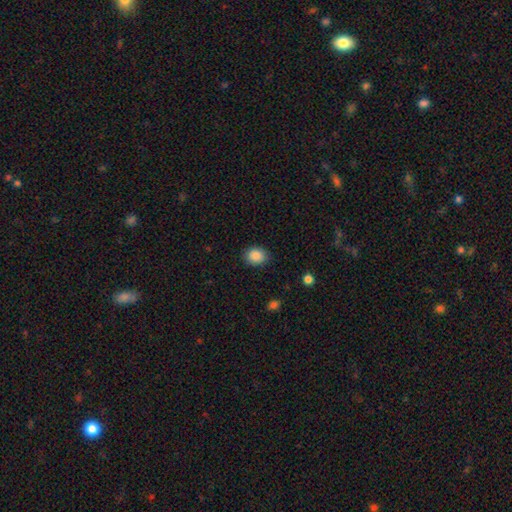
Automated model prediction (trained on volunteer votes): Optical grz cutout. It shows a smooth galaxy with no disk features (88%) that is round (51%). Merging: none (86%).